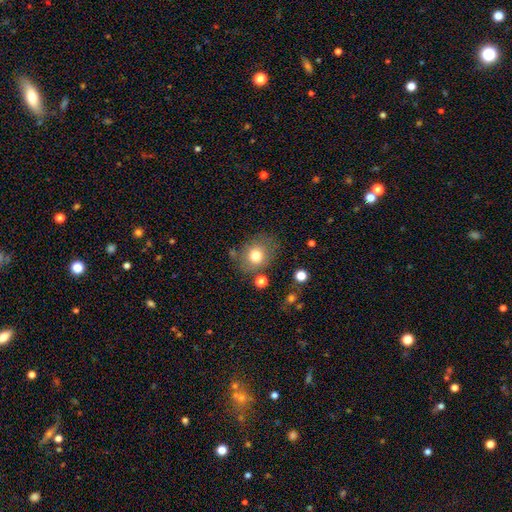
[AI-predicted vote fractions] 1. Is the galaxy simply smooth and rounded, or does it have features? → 76% smooth, 13% featured or disk, 11% star or artifact.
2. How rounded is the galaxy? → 64% round, 35% in between, 1% cigar-shaped.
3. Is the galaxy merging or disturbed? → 73% none, 15% minor disturbance, 6% major disturbance, 6% merger.